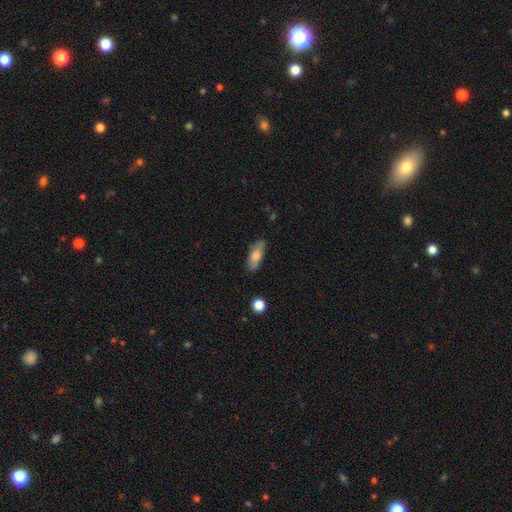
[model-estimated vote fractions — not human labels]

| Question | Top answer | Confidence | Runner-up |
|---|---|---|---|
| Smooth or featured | smooth | 71% | featured or disk (22%) |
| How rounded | in between | 68% | cigar-shaped (29%) |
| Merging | none | 83% | minor disturbance (13%) |